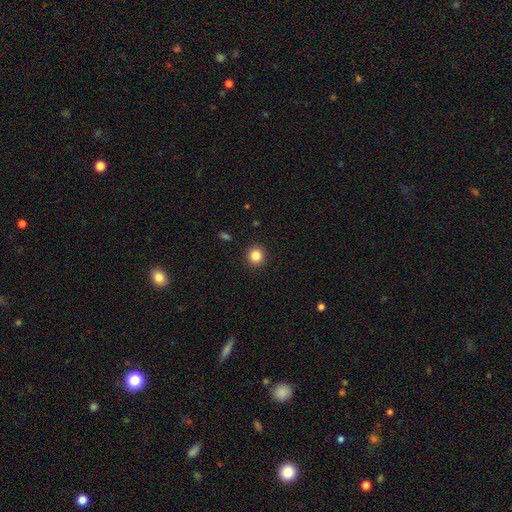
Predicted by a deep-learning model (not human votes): A smooth galaxy with no disk features (84%) that is round (91%). Merging: none (92%).